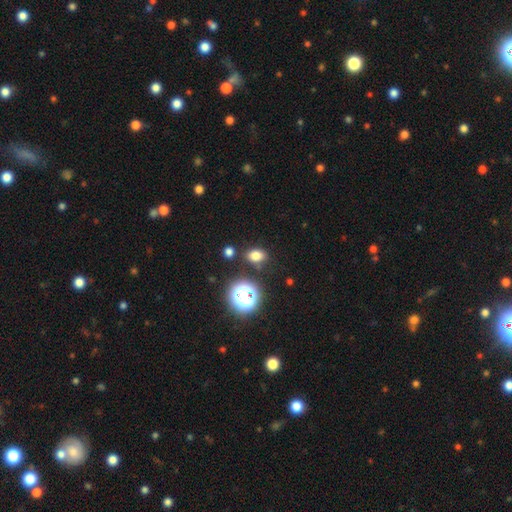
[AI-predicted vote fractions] smooth_or_featured: smooth (p=0.73) [alt: star or artifact p=0.20]
how_rounded: in between (p=0.73) [alt: round p=0.26]
merging: none (p=0.80) [alt: minor disturbance p=0.11]